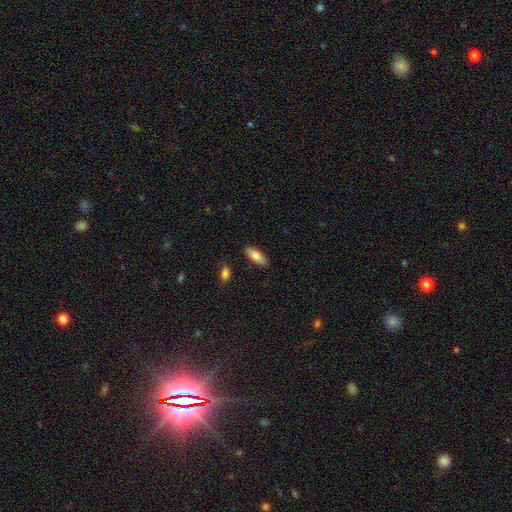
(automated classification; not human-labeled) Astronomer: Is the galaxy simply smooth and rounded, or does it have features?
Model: smooth — 78%.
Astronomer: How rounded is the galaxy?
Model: in between — 78%.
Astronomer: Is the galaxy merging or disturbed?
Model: none — 86%.